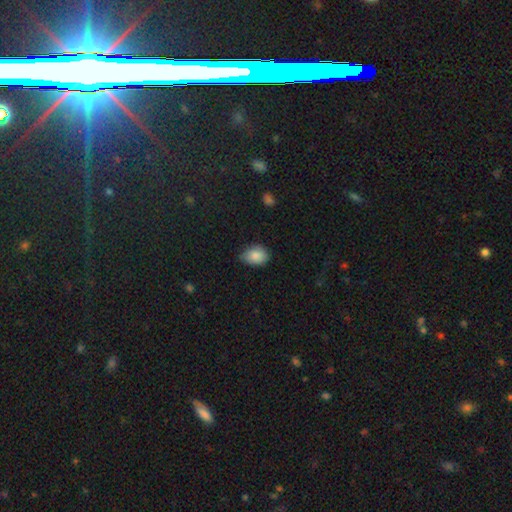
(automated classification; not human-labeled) The model was most divided on "merging": none: 64%, minor disturbance: 31%, major disturbance: 4%, merger: 1%. More confident: smooth or featured — smooth (86%); how rounded — in between (77%).